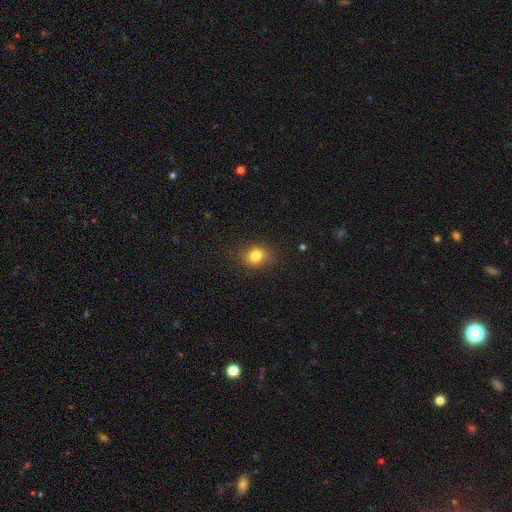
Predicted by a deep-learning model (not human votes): Smooth or featured?
  - smooth: 82% *
  - star or artifact: 11%
  - featured or disk: 7%
How rounded?
  - round: 51% *
  - in between: 48%
  - cigar-shaped: 1%
Merging?
  - none: 80% *
  - minor disturbance: 14%
  - major disturbance: 4%
  - merger: 1%